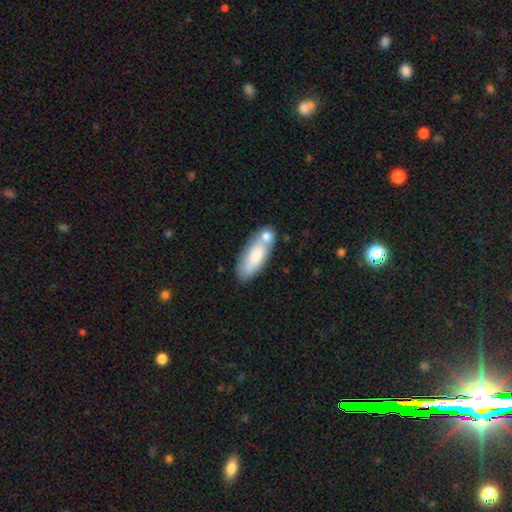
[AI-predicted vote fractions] This appears to be a smooth galaxy with no disk features (72%) that is in between round and cigar-shaped (73%). Merging: none (43%).